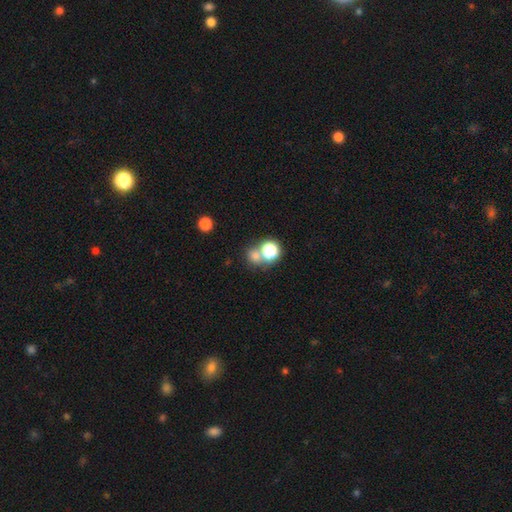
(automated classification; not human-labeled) A smooth galaxy with no disk features (67%) that is round (79%).

Vote fractions:
- Smooth or featured? smooth: 67% / star or artifact: 24% / featured or disk: 9%
- How rounded? round: 79% / in between: 20% / cigar-shaped: 1%
- Merging? none: 53% / merger: 35% / minor disturbance: 8% / major disturbance: 4%